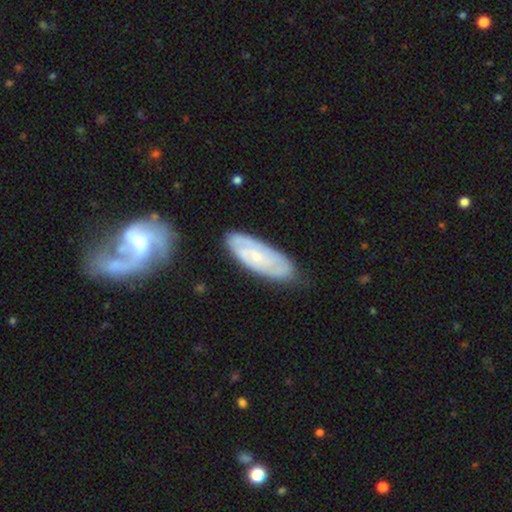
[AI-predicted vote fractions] Morphology: type=featured or disk (66%); edge-on=no (88%); bar=no (70%); spiral arms=yes (83%); bulge=small (74%); merging=none (78%).